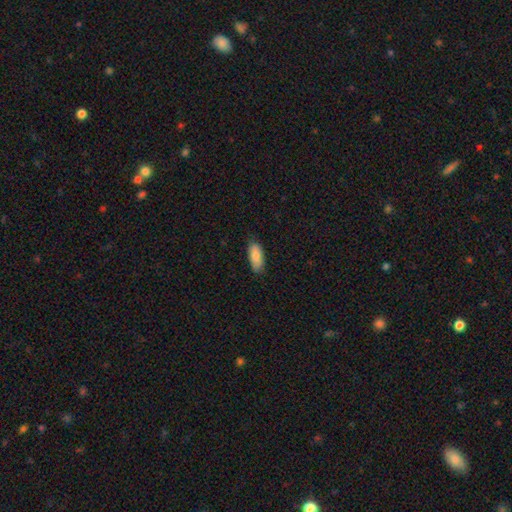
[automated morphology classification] The model was most divided on "how rounded": in between: 81%, cigar-shaped: 17%, round: 2%. More confident: smooth or featured — smooth (87%); merging — none (81%).